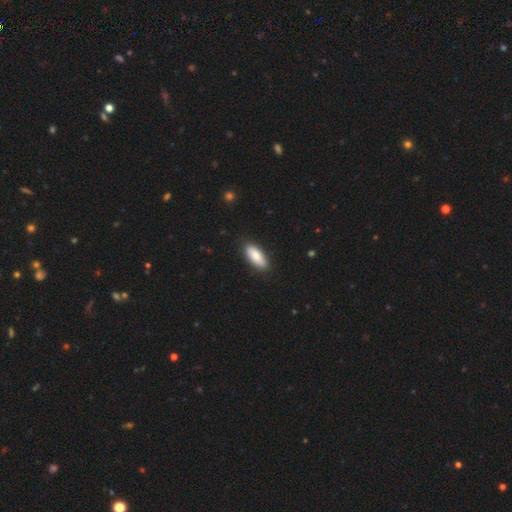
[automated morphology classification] Overall: smooth (82%). How rounded: in between (82%). Merging: none (87%).